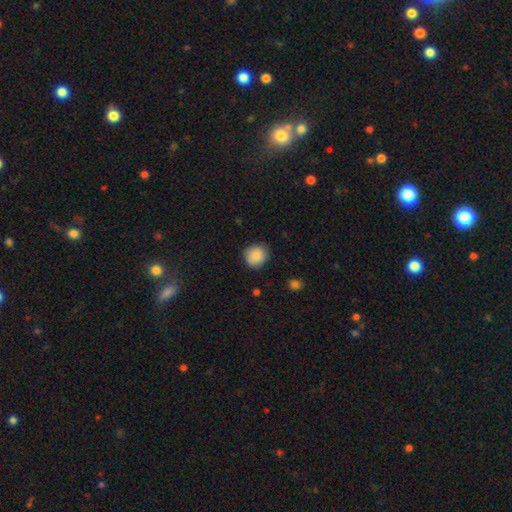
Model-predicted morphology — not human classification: type=smooth (88%); roundness=round (87%); merging=none (85%).